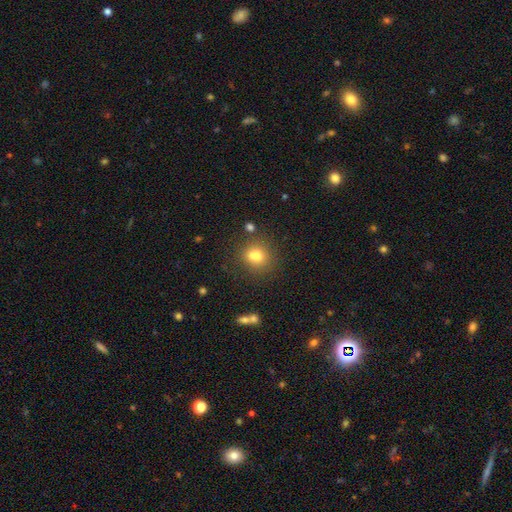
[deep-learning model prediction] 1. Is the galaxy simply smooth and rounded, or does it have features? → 76% smooth, 13% star or artifact, 11% featured or disk.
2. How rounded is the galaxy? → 78% round, 21% in between, 1% cigar-shaped.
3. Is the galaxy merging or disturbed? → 65% none, 17% merger, 13% minor disturbance, 5% major disturbance.